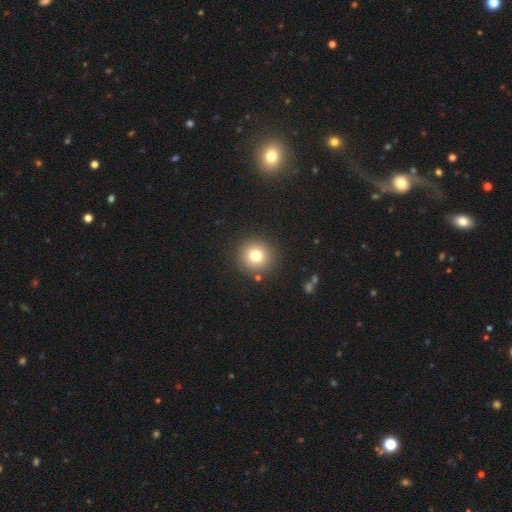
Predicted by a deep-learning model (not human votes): This appears to be a smooth galaxy with no disk features (77%) that is round (94%). Merging: none (89%).